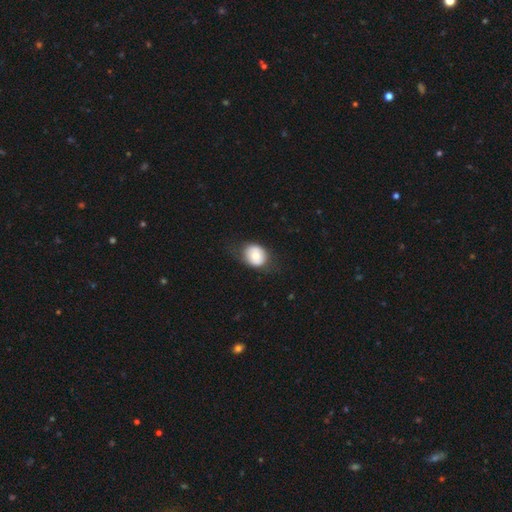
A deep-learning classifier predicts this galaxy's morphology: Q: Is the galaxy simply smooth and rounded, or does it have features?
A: smooth — 62%.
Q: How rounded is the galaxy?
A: round — 58%.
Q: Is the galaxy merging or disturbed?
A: none — 70%.